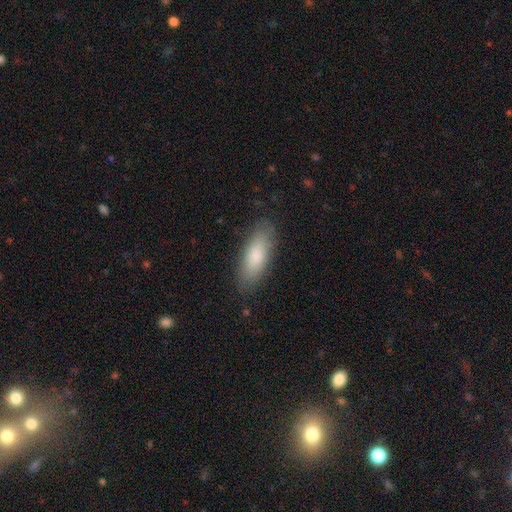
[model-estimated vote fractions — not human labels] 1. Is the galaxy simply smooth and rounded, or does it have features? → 82% smooth, 12% featured or disk, 6% star or artifact.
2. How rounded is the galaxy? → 68% in between, 30% cigar-shaped, 2% round.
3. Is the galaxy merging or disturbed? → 84% none, 12% minor disturbance, 3% major disturbance, 1% merger.